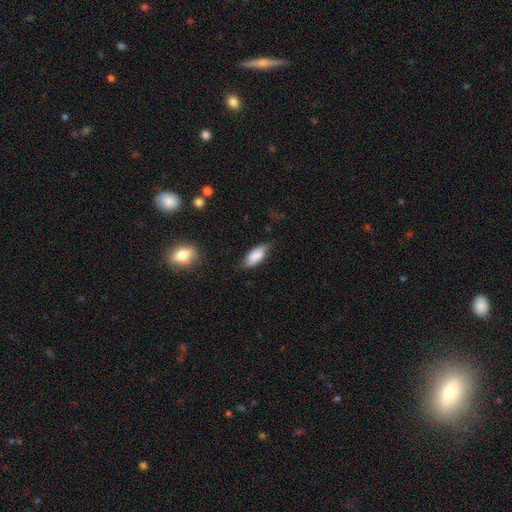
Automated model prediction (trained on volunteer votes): This appears to be a smooth galaxy with no disk features (79%) that is in between round and cigar-shaped (81%). Merging: none (65%).